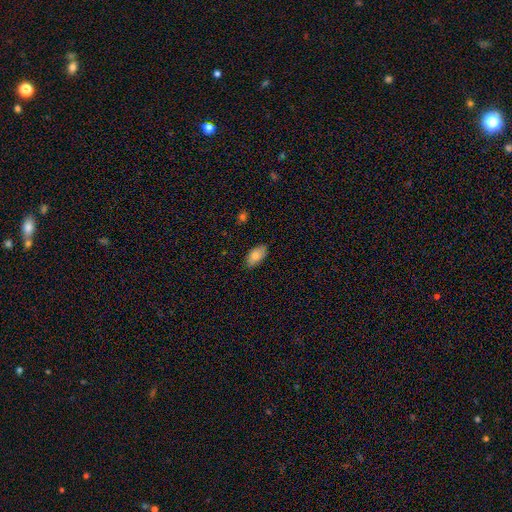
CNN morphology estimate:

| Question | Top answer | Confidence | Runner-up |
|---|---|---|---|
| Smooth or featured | smooth | 83% | featured or disk (10%) |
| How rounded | in between | 93% | round (4%) |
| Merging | none | 83% | minor disturbance (14%) |